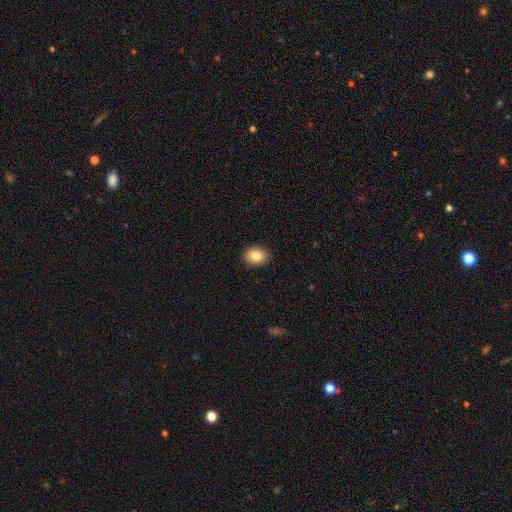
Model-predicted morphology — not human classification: This is clearly a smooth galaxy (84%). How rounded: likely in between (62%). Merging: clearly none (89%).